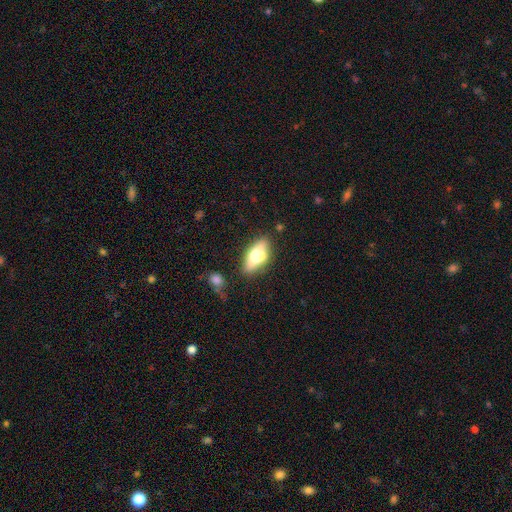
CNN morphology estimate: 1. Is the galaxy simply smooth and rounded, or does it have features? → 57% smooth, 36% featured or disk, 7% star or artifact.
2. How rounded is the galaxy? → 77% in between, 18% cigar-shaped, 4% round.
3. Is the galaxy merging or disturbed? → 71% none, 17% minor disturbance, 7% merger, 5% major disturbance.